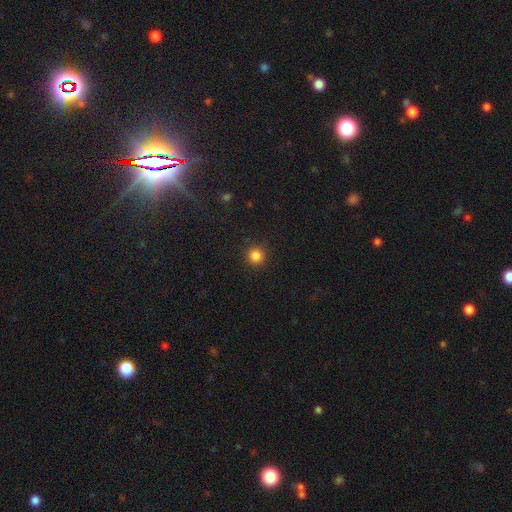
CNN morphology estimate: Overall: smooth (85%). How rounded: round (95%). Merging: none (91%).